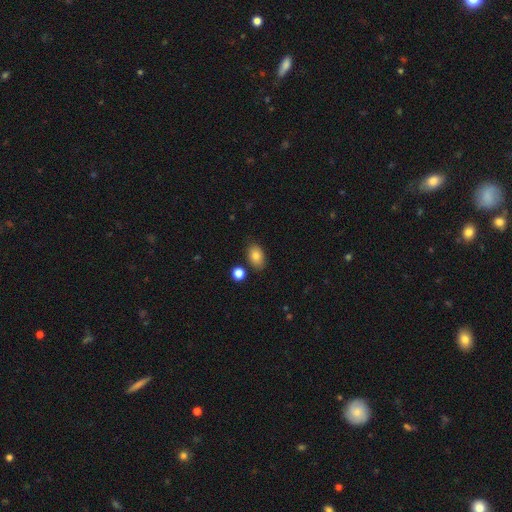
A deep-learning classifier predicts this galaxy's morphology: A smooth galaxy with no disk features (84%) that is in between round and cigar-shaped (87%). Merging: none (81%).